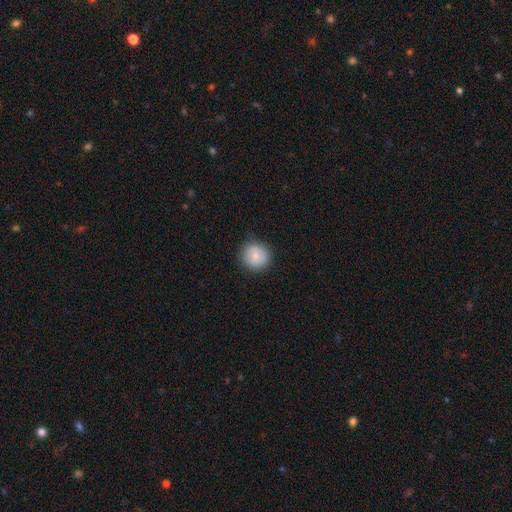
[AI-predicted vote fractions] Morphology: type=smooth (79%); roundness=round (92%); merging=none (87%).